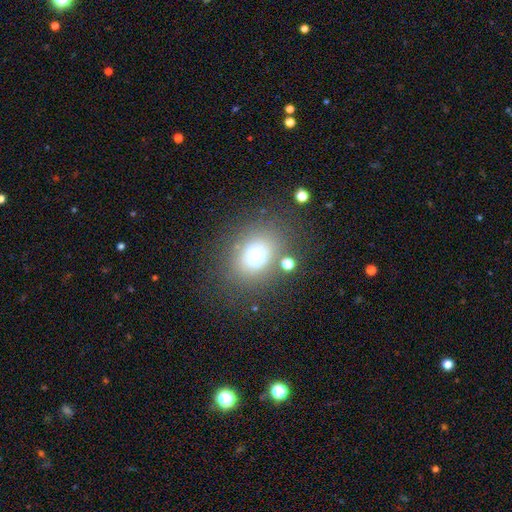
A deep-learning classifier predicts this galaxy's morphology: A smooth galaxy with no disk features (70%) that is in between round and cigar-shaped (53%).

Vote fractions:
- Smooth or featured? smooth: 70% / star or artifact: 16% / featured or disk: 14%
- How rounded? in between: 53% / round: 46% / cigar-shaped: 1%
- Merging? none: 75% / minor disturbance: 13% / merger: 6% / major disturbance: 6%